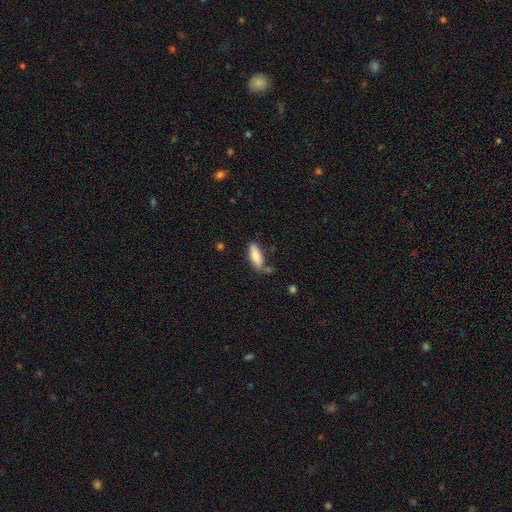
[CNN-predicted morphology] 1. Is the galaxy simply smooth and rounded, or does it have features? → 82% smooth, 12% featured or disk, 6% star or artifact.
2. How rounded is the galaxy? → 68% in between, 30% cigar-shaped, 2% round.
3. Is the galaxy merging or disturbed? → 72% none, 18% minor disturbance, 7% merger, 4% major disturbance.